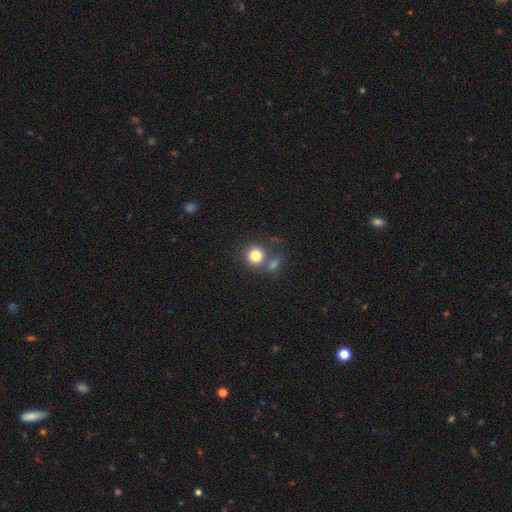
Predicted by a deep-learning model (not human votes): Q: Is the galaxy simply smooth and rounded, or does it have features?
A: smooth — 81%.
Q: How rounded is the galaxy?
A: round — 88%.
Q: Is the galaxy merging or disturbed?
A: none — 59%.